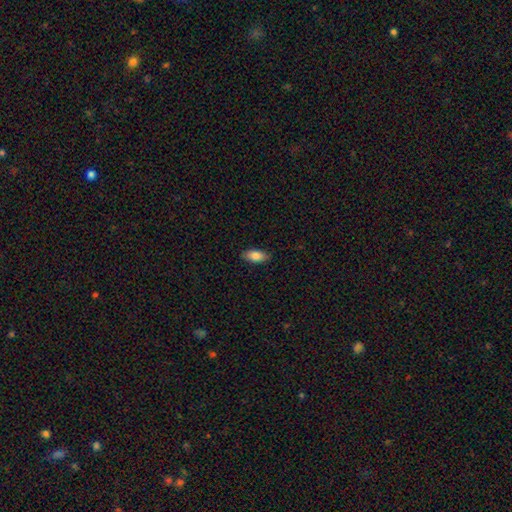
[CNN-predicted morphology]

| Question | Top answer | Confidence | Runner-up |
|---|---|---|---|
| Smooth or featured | smooth | 85% | featured or disk (9%) |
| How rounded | in between | 90% | cigar-shaped (7%) |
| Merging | none | 86% | minor disturbance (11%) |